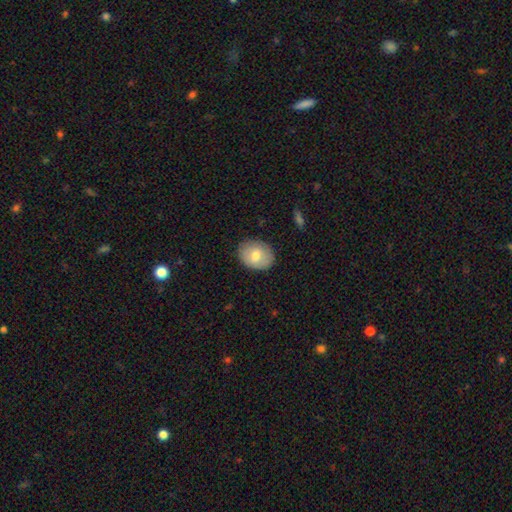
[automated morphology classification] Smooth or featured? Predicted: smooth (p=0.74). How rounded? Predicted: in between (p=0.56). Merging? Predicted: none (p=0.86).